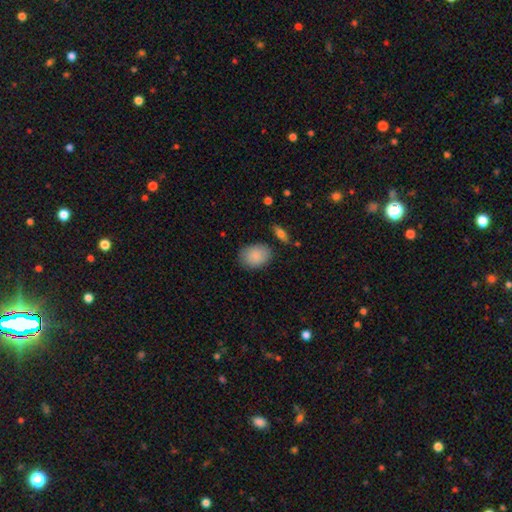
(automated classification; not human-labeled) Overall: smooth (87%). How rounded: in between (61%; round 37%). Merging: none (79%).